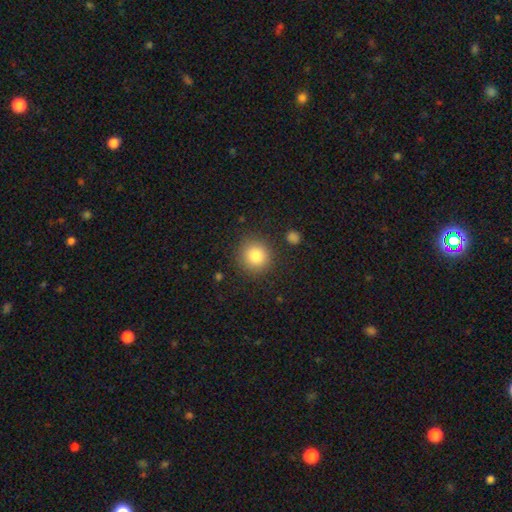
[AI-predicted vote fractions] Overall: smooth (83%). How rounded: round (93%). Merging: none (87%).